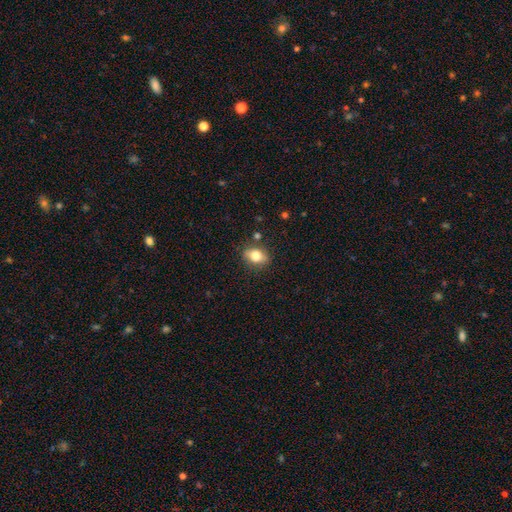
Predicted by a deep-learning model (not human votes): A smooth galaxy with no disk features (75%) that is in between round and cigar-shaped (67%). Merging: none (80%).